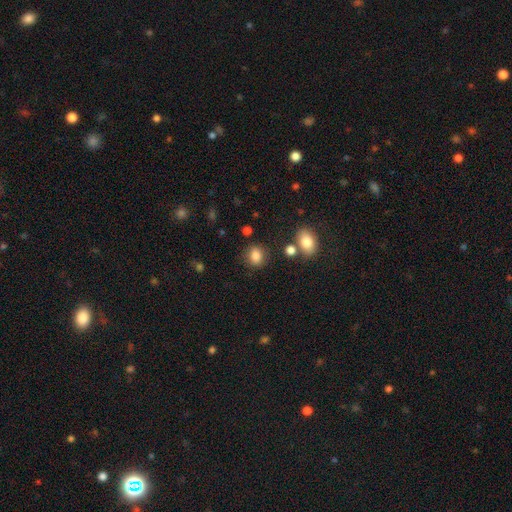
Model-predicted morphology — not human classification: smooth-or-featured: smooth: 85% | star or artifact: 10% | featured or disk: 5%
  how-rounded: round: 58% | in between: 41% | cigar-shaped: 1%
  merging: none: 81% | minor disturbance: 11% | merger: 5% | major disturbance: 4%